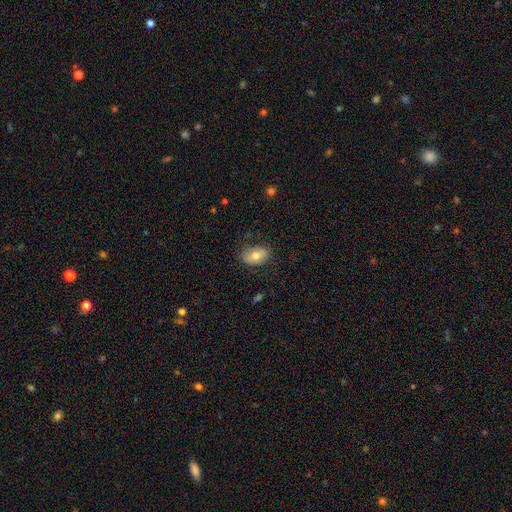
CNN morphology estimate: smooth-or-featured: smooth: 71% | featured or disk: 21% | star or artifact: 8%
  how-rounded: in between: 83% | round: 16% | cigar-shaped: 1%
  merging: none: 76% | minor disturbance: 18% | major disturbance: 5% | merger: 1%